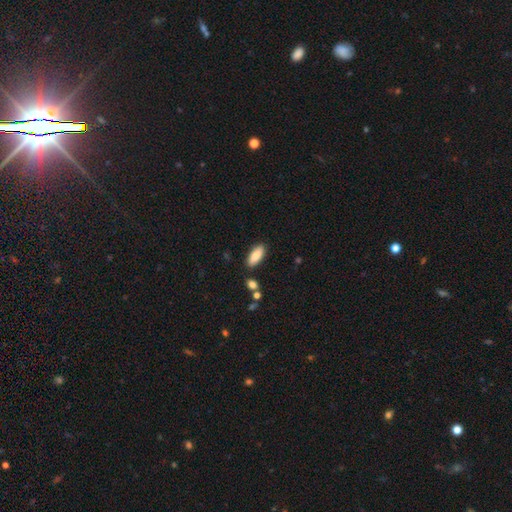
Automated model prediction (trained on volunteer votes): Smooth or featured: smooth — 86% (featured or disk — 7%)
How rounded: in between — 79% (cigar-shaped — 19%)
Merging: none — 85% (minor disturbance — 10%)